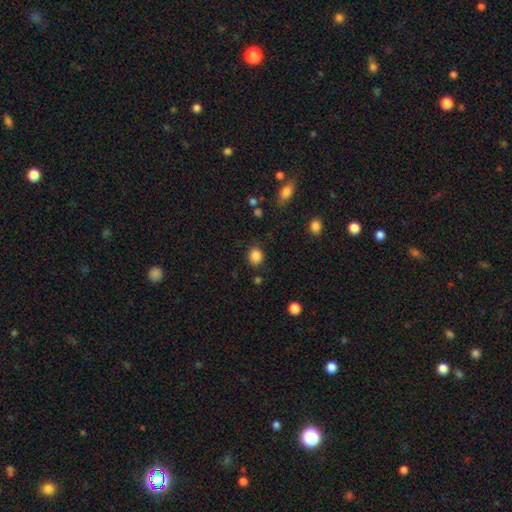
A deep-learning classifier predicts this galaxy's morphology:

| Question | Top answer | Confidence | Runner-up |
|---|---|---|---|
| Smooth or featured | smooth | 86% | star or artifact (11%) |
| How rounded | round | 79% | in between (20%) |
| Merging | none | 85% | minor disturbance (10%) |